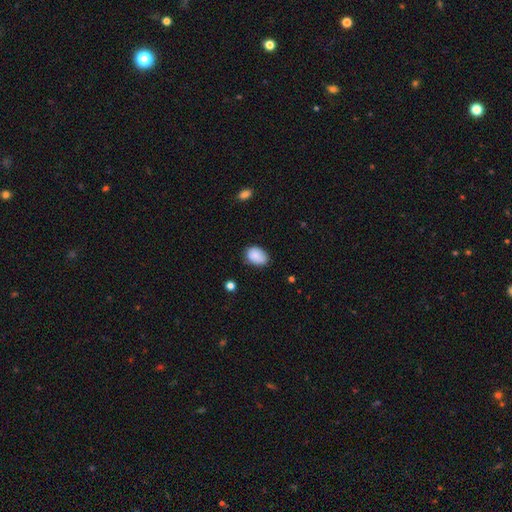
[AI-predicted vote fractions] Smooth or featured: smooth — 86% (star or artifact — 8%)
How rounded: in between — 81% (round — 18%)
Merging: none — 71% (minor disturbance — 24%)